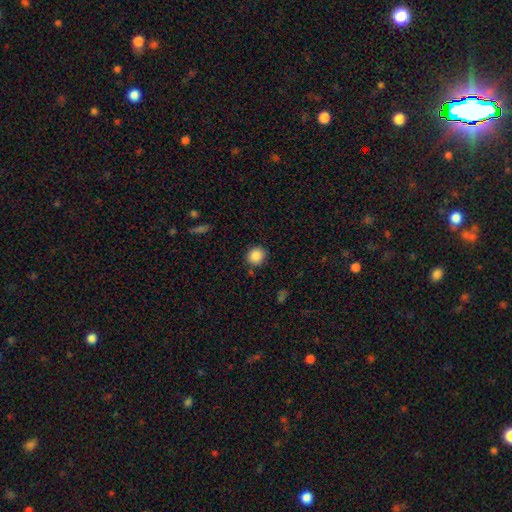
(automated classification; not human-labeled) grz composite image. It shows a smooth galaxy with no disk features (87%) that is round (84%). Merging: none (84%).